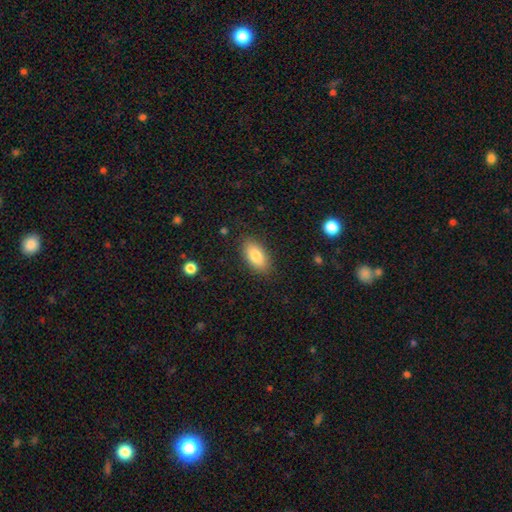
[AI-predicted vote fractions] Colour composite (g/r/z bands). It shows a smooth galaxy with no disk features (83%) that is in between round and cigar-shaped (92%). Merging: none (86%).